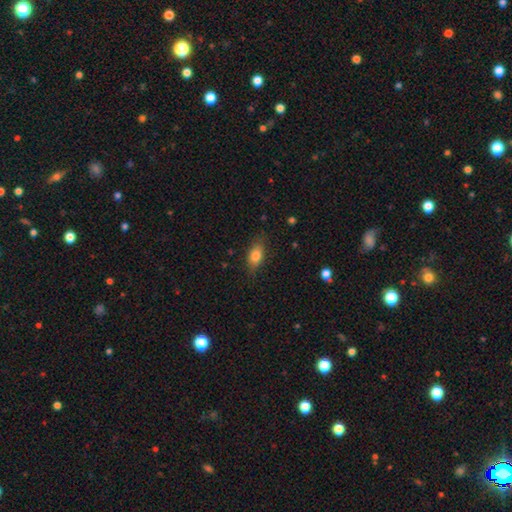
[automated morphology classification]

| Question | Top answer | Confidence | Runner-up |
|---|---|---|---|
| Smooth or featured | smooth | 80% | featured or disk (12%) |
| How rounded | in between | 82% | cigar-shaped (10%) |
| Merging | none | 75% | minor disturbance (18%) |